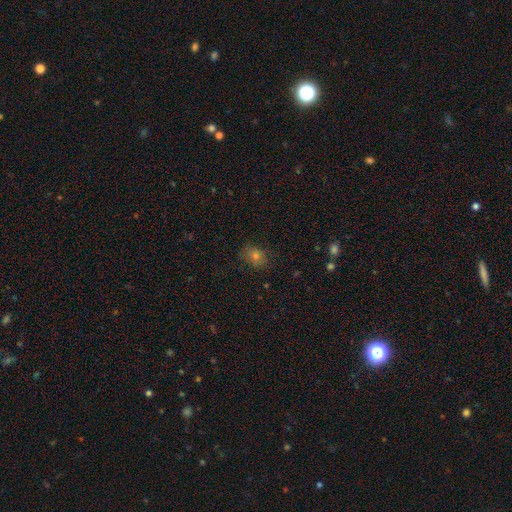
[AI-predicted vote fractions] Smooth or featured?
  - smooth: 68% *
  - star or artifact: 21%
  - featured or disk: 11%
How rounded?
  - in between: 54% *
  - round: 45%
  - cigar-shaped: 1%
Merging?
  - none: 80% *
  - minor disturbance: 15%
  - major disturbance: 4%
  - merger: 1%